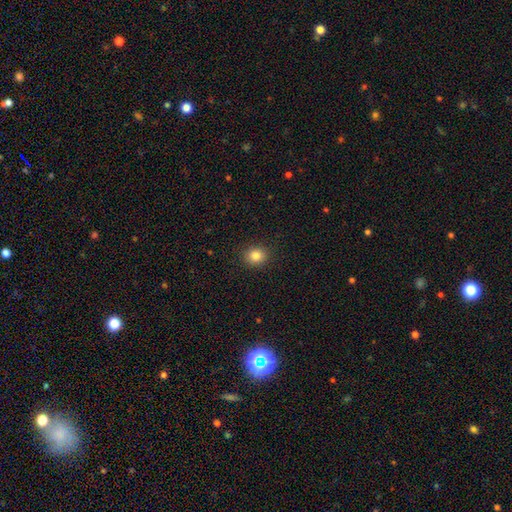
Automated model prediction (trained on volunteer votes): This appears to be a smooth galaxy with no disk features (83%) that is round (80%). Merging: none (91%).